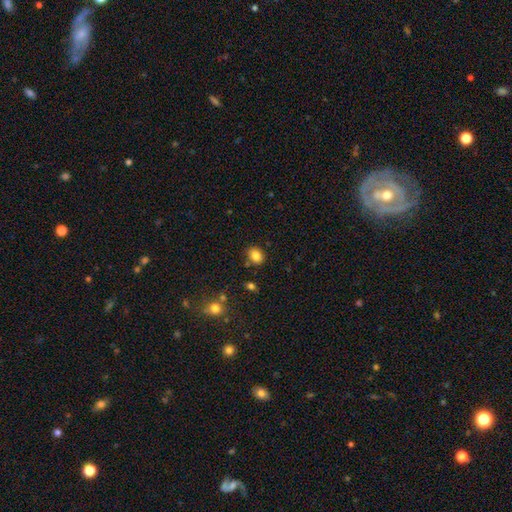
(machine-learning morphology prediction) This is clearly a smooth galaxy (83%). How rounded: possibly in between (50%). Merging: clearly none (81%).